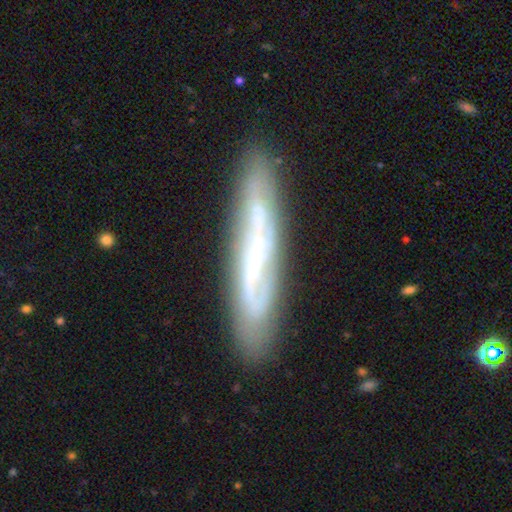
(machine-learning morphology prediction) smooth_or_featured: featured or disk (p=0.66) [alt: smooth p=0.26]
disk_edge_on: yes (p=0.56) [alt: no p=0.44]
merging: none (p=0.78) [alt: minor disturbance p=0.15]